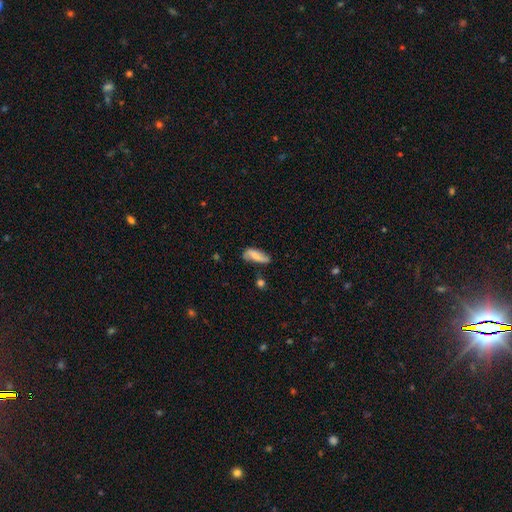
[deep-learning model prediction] The model was most divided on "merging": none: 46%, minor disturbance: 33%, major disturbance: 15%, merger: 7%. More confident: how rounded — in between (70%); smooth or featured — smooth (61%).